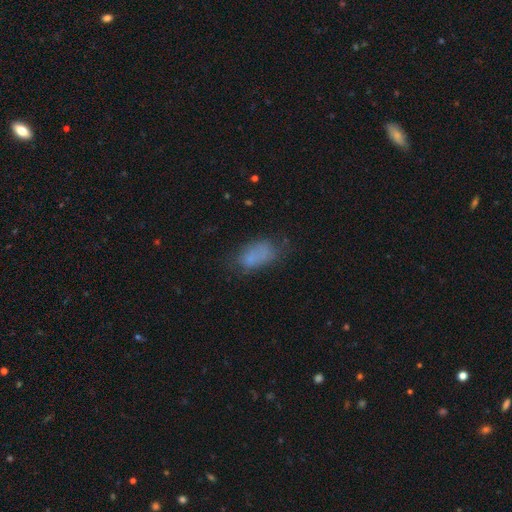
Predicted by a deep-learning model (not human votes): Overall: smooth (72%). How rounded: in between (90%). Merging: none (51%; minor disturbance 27%).